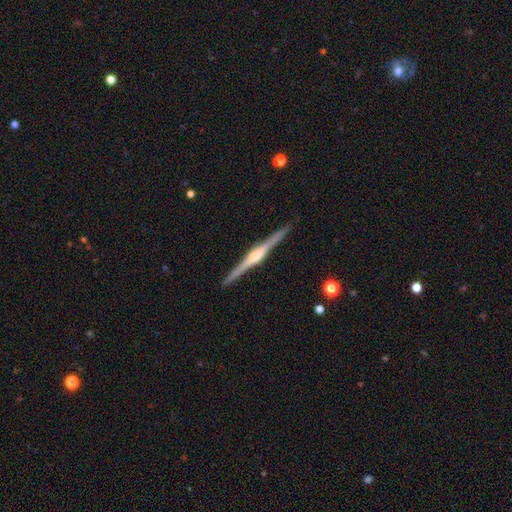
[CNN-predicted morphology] Smooth or featured? Predicted: featured or disk (p=0.86). Edge-on disk? Predicted: yes (p=0.99). Edge-on bulge? Predicted: rounded (p=0.83). Merging? Predicted: none (p=0.92).